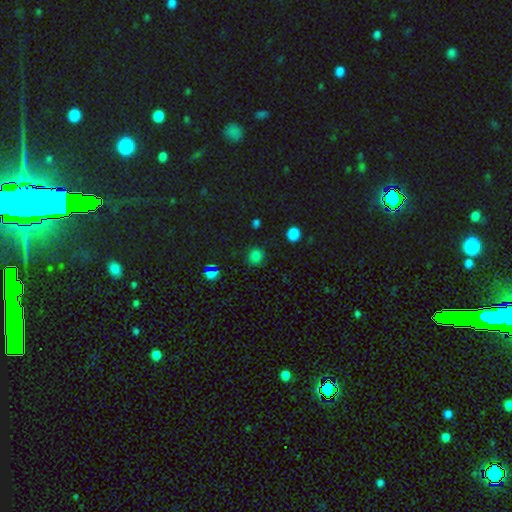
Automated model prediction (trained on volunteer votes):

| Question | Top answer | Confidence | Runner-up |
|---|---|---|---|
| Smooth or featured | smooth | 76% | star or artifact (21%) |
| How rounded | round | 82% | in between (17%) |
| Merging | none | 85% | minor disturbance (10%) |